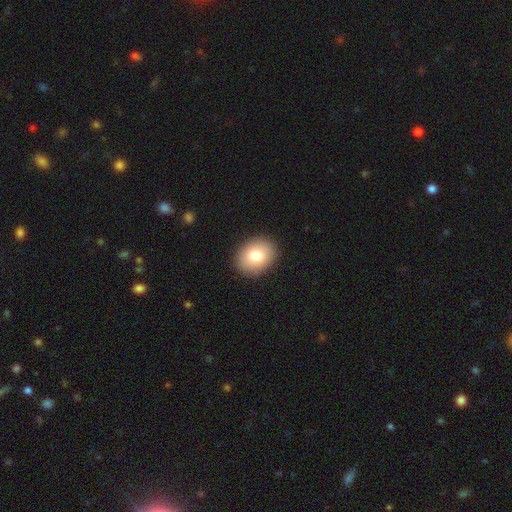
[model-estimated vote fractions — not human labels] A smooth galaxy with no disk features (80%) that is in between round and cigar-shaped (60%).

Vote fractions:
- Smooth or featured? smooth: 80% / featured or disk: 12% / star or artifact: 8%
- How rounded? in between: 60% / round: 39% / cigar-shaped: 1%
- Merging? none: 90% / minor disturbance: 7% / major disturbance: 2% / merger: 1%